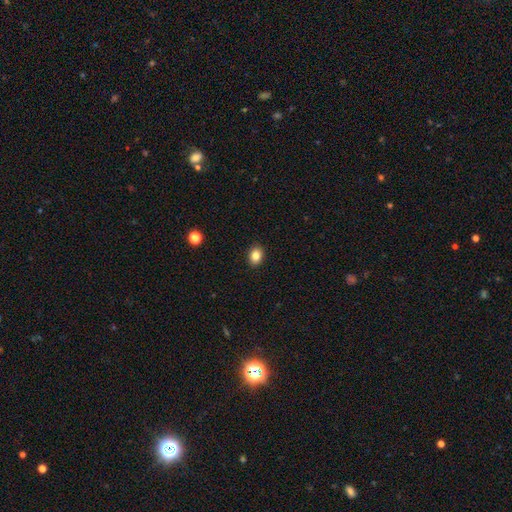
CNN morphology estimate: This is clearly a smooth galaxy (84%). How rounded: likely in between (62%). Merging: clearly none (90%).